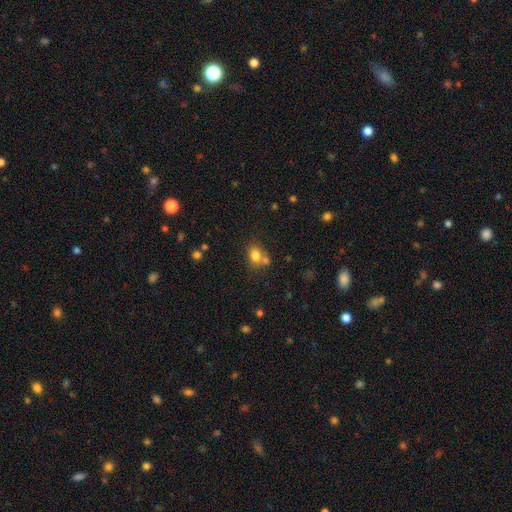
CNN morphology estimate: A smooth galaxy with no disk features (79%) that is in between round and cigar-shaped (52%).

Vote fractions:
- Smooth or featured? smooth: 79% / star or artifact: 12% / featured or disk: 9%
- How rounded? in between: 52% / round: 47% / cigar-shaped: 1%
- Merging? none: 51% / merger: 32% / minor disturbance: 13% / major disturbance: 5%